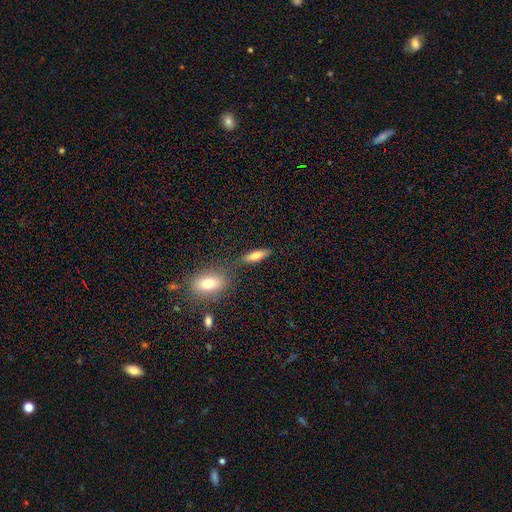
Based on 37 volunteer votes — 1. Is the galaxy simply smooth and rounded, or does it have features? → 89% smooth, 5% featured or disk, 5% star or artifact.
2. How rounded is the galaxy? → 52% cigar-shaped, 42% in between, 6% round.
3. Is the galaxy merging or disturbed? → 83% none, 9% minor disturbance, 6% major disturbance, 3% merger.